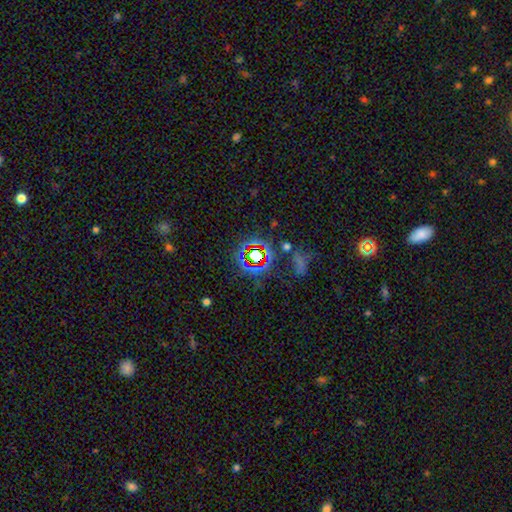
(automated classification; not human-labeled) star or artifact 69%, smooth 20%, featured or disk 11%.